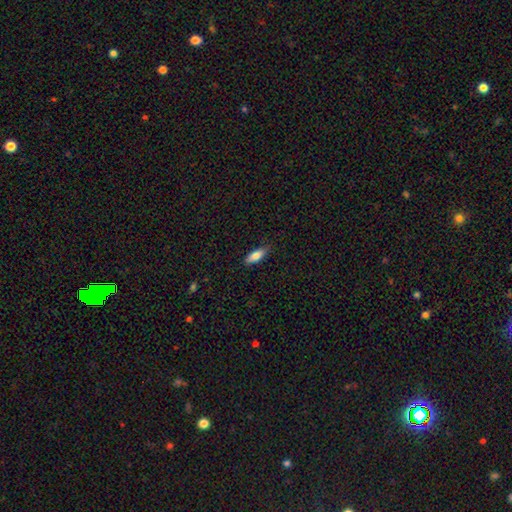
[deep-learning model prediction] Overall: smooth (77%). How rounded: in between (63%; cigar-shaped 35%). Merging: none (83%).